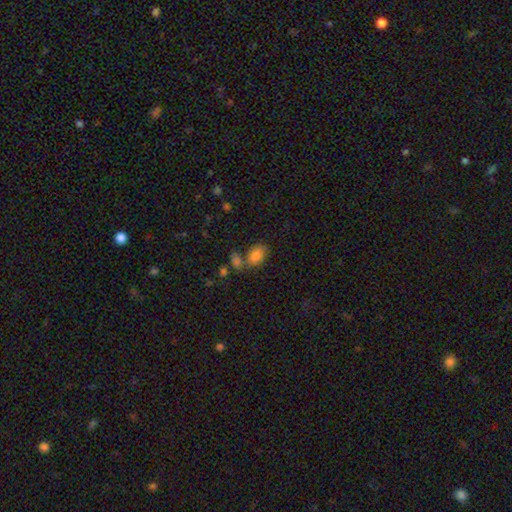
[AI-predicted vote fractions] Morphology: type=smooth (80%); roundness=in between (83%); merging=none (50%).